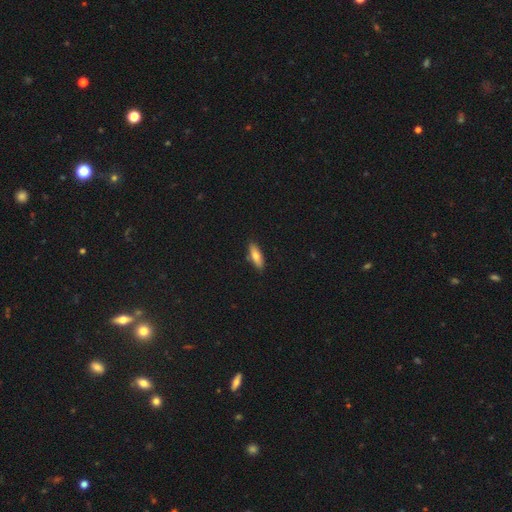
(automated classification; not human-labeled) smooth 73%, featured or disk 20%, star or artifact 6%. Down the decision tree: how rounded — in between (57%); merging — none (85%).